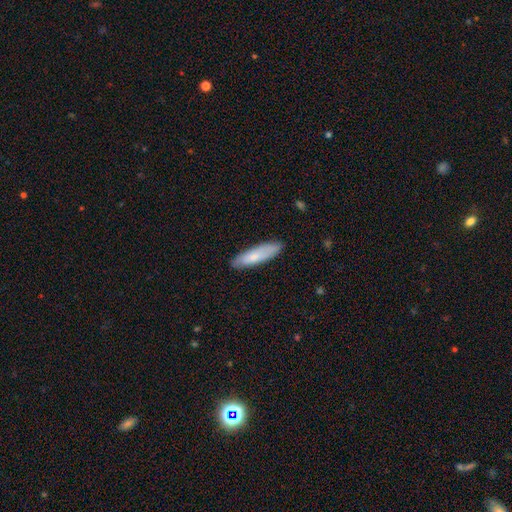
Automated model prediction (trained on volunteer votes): Smooth or featured? smooth (76%)
How rounded? cigar-shaped (69%)
Merging? none (86%)